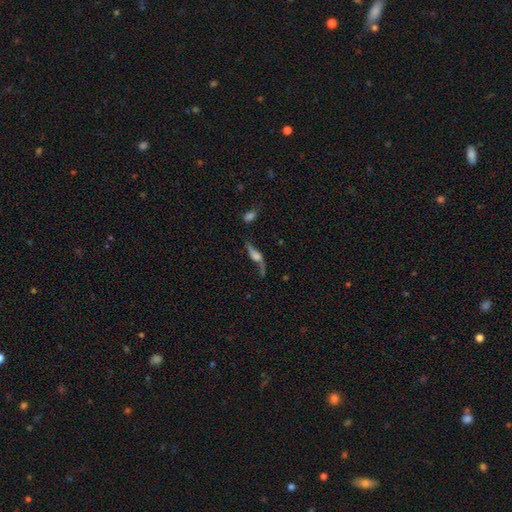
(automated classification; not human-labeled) Smooth or featured? featured or disk (72%)
Edge-on disk? no (57%)
Merging? none (56%)